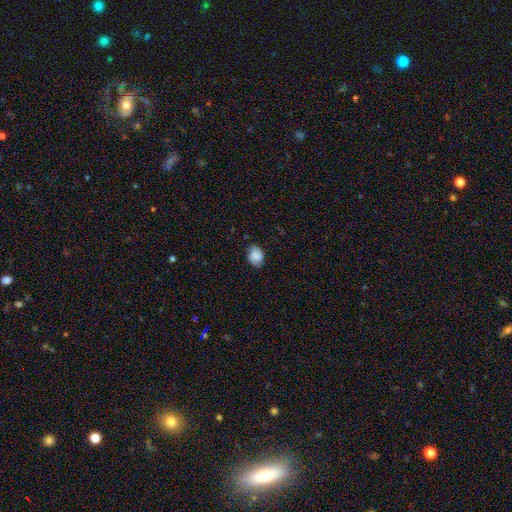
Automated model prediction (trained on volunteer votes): A smooth galaxy with no disk features (71%) that is in between round and cigar-shaped (67%). Merging: none (74%).